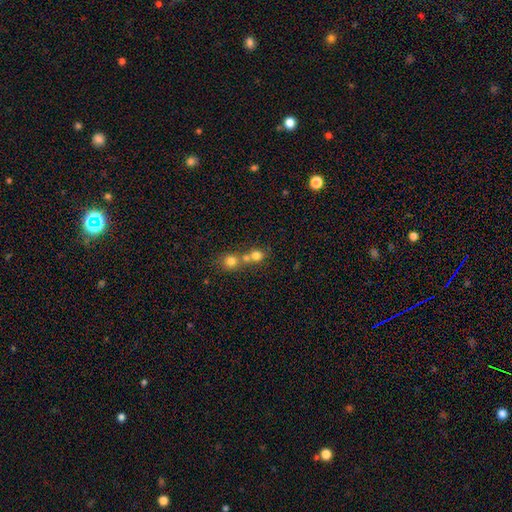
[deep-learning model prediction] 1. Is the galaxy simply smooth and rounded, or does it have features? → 75% smooth, 14% star or artifact, 11% featured or disk.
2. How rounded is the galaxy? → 84% round, 15% in between, 1% cigar-shaped.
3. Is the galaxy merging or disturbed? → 54% merger, 38% none, 5% minor disturbance, 3% major disturbance.